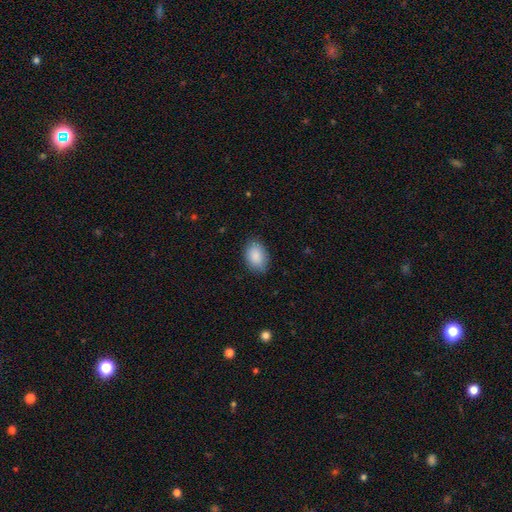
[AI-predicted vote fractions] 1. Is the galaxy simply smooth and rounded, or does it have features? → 89% smooth, 7% star or artifact, 5% featured or disk.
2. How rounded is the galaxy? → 87% in between, 11% round, 1% cigar-shaped.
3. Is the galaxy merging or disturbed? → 83% none, 13% minor disturbance, 3% major disturbance, 1% merger.